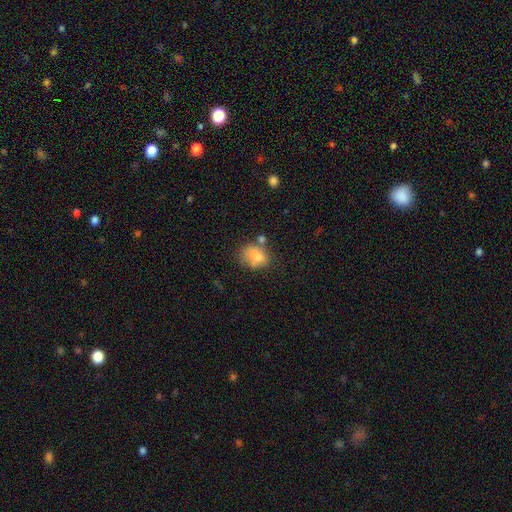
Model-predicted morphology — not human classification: The model was most divided on "merging": none: 45%, merger: 23%, minor disturbance: 21%, major disturbance: 11%. More confident: how rounded — in between (72%); smooth or featured — smooth (70%).